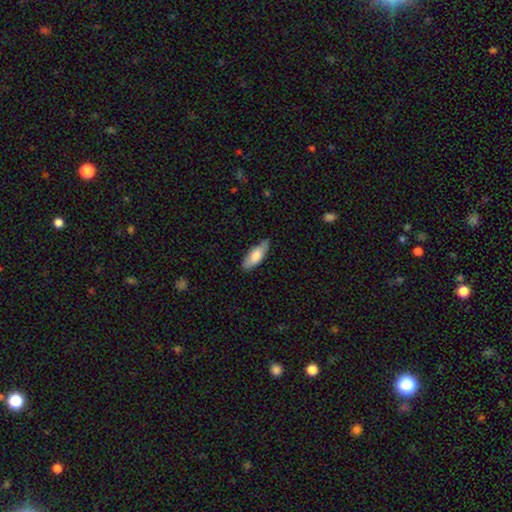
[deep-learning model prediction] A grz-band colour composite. It shows a smooth galaxy with no disk features (77%) that is in between round and cigar-shaped (71%). Merging: none (75%).